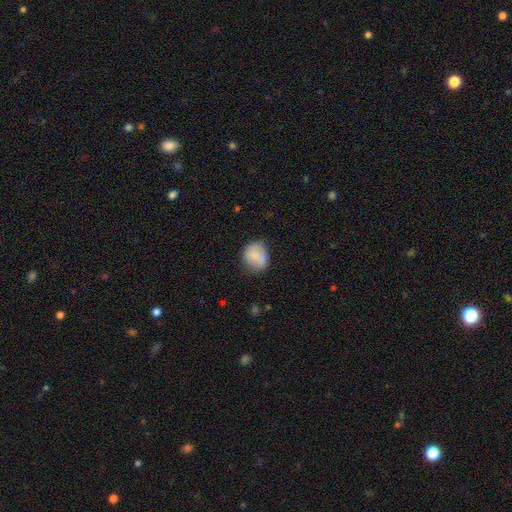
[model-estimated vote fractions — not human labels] A smooth galaxy with no disk features (77%) that is round (71%).

Vote fractions:
- Smooth or featured? smooth: 77% / featured or disk: 16% / star or artifact: 7%
- How rounded? round: 71% / in between: 28% / cigar-shaped: 1%
- Merging? none: 64% / minor disturbance: 27% / major disturbance: 6% / merger: 3%